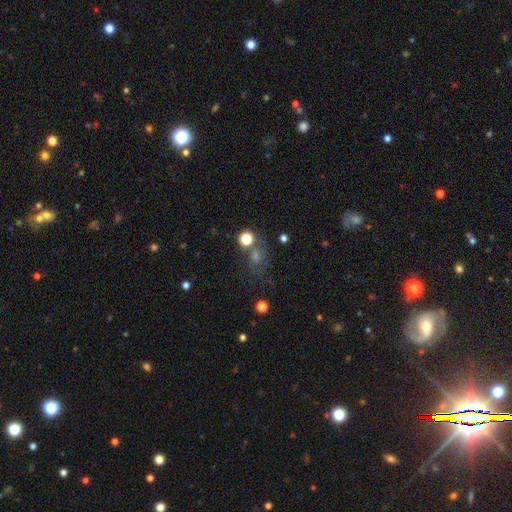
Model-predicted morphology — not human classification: This appears to be a smooth galaxy with no disk features (45%). Merging: none (60%).